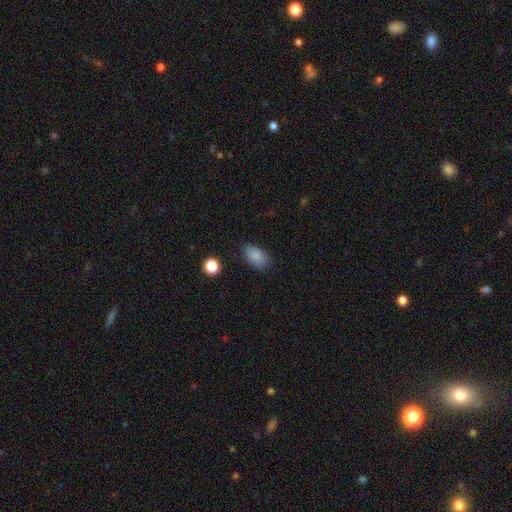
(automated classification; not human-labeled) Overall: smooth (86%). How rounded: in between (90%). Merging: none (81%).